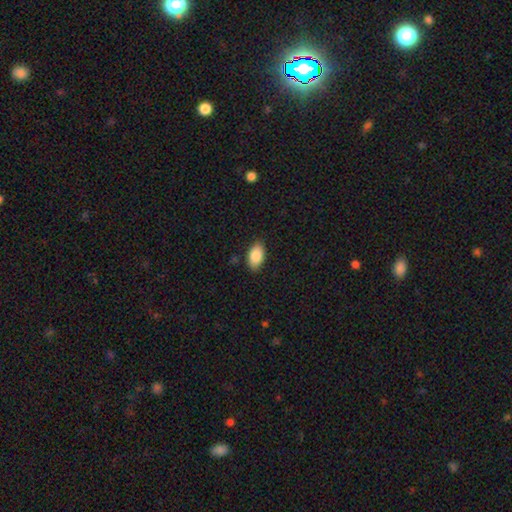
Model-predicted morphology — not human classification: This appears to be a smooth galaxy with no disk features (88%) that is in between round and cigar-shaped (94%). Merging: none (86%).